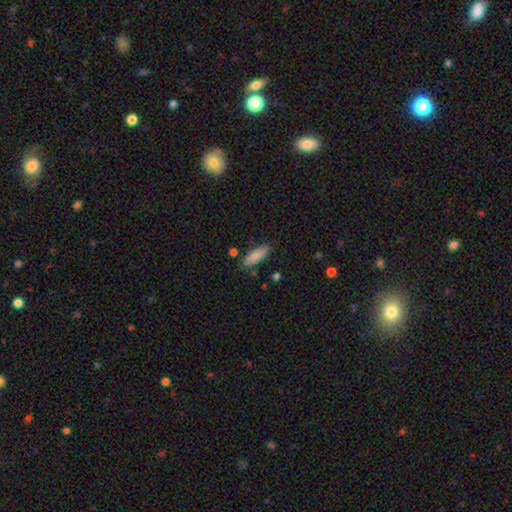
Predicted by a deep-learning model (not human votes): Smooth or featured: smooth — 86% (featured or disk — 8%)
How rounded: in between — 50% (cigar-shaped — 48%)
Merging: none — 84% (minor disturbance — 11%)